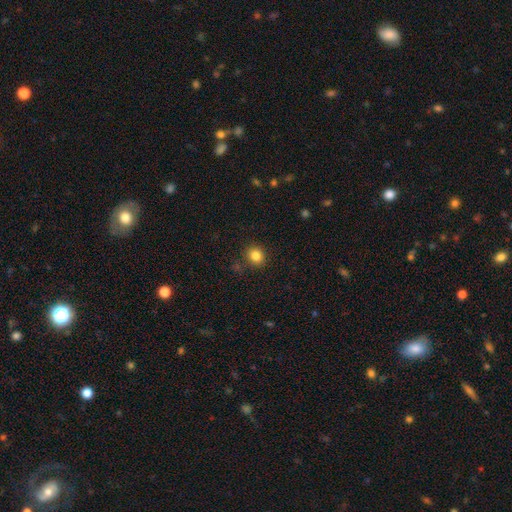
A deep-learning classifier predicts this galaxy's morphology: type=smooth (83%); roundness=round (77%); merging=none (87%).